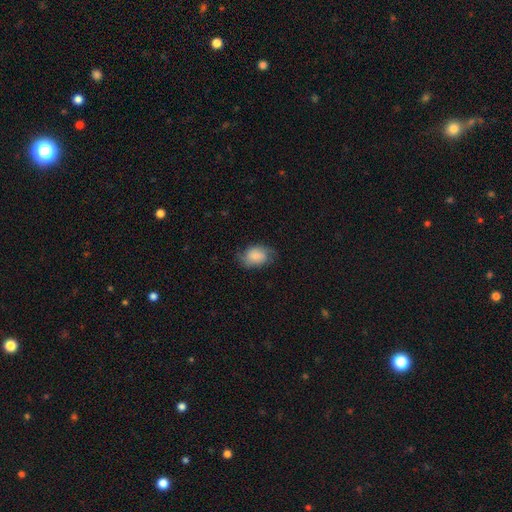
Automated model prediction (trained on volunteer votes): Overall: smooth (69%). How rounded: in between (79%). Merging: none (66%).